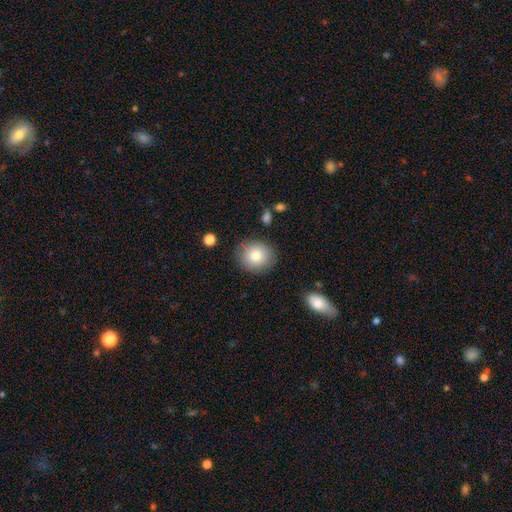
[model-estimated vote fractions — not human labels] A smooth galaxy with no disk features (80%) that is round (82%). Merging: none (84%).